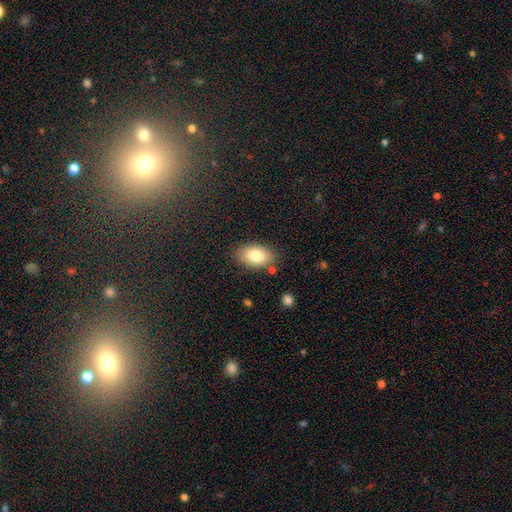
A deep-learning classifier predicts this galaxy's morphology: smooth 82%, featured or disk 11%, star or artifact 7%. Down the decision tree: how rounded — in between (92%); merging — none (82%).